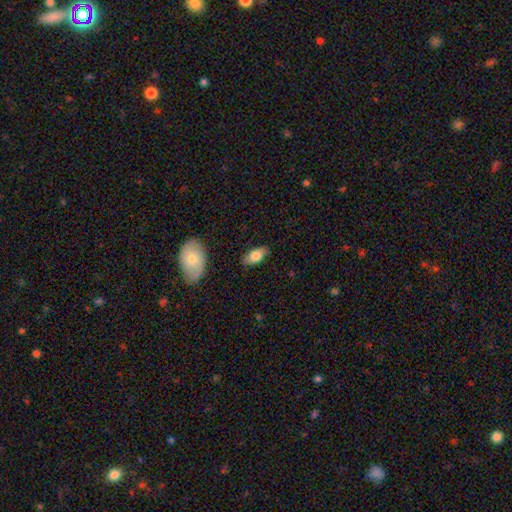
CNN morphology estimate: smooth-or-featured: smooth: 78% | featured or disk: 16% | star or artifact: 6%
  how-rounded: in between: 90% | cigar-shaped: 7% | round: 3%
  merging: none: 85% | minor disturbance: 12% | major disturbance: 2% | merger: 2%